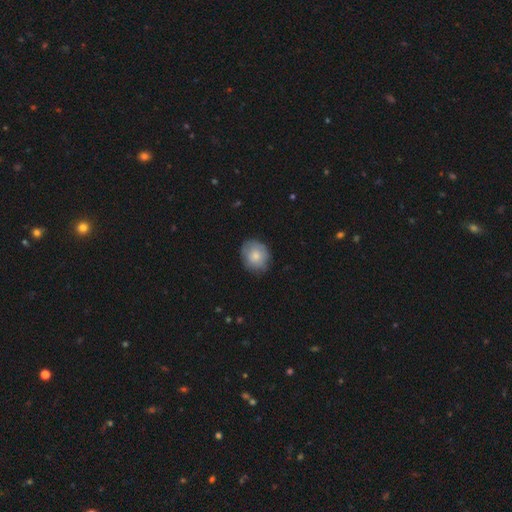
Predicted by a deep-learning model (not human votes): A smooth galaxy with no disk features (76%) that is round (68%).

Vote fractions:
- Smooth or featured? smooth: 76% / featured or disk: 18% / star or artifact: 6%
- How rounded? round: 68% / in between: 31% / cigar-shaped: 1%
- Merging? none: 77% / minor disturbance: 19% / major disturbance: 4% / merger: 1%